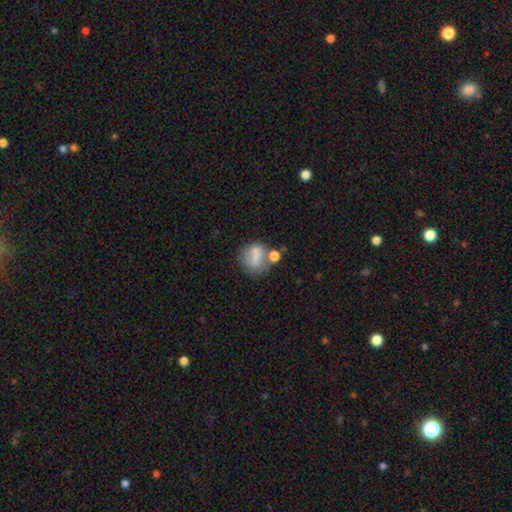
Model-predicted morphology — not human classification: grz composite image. It shows a smooth galaxy with no disk features (69%) that is round (67%). Merging: none (42%).